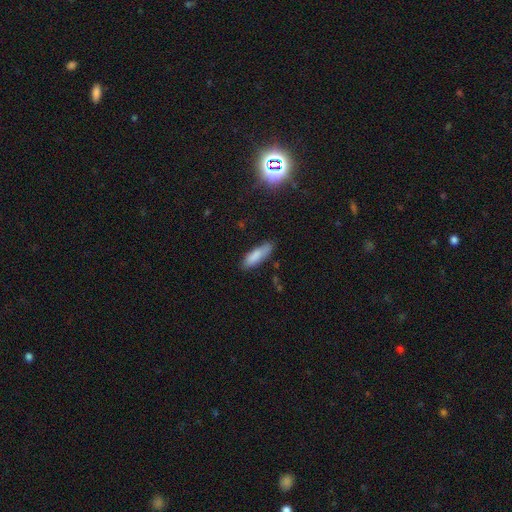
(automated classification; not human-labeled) Smooth or featured? smooth (81%)
How rounded? cigar-shaped (51%)
Merging? none (71%)